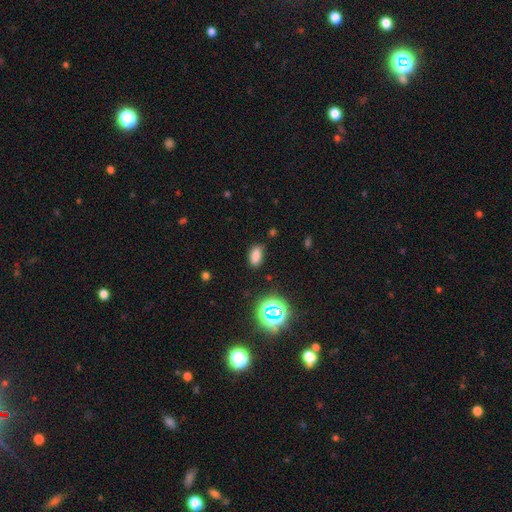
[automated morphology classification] Smooth or featured: smooth — 75% (star or artifact — 19%)
How rounded: in between — 89% (round — 7%)
Merging: none — 79% (minor disturbance — 16%)